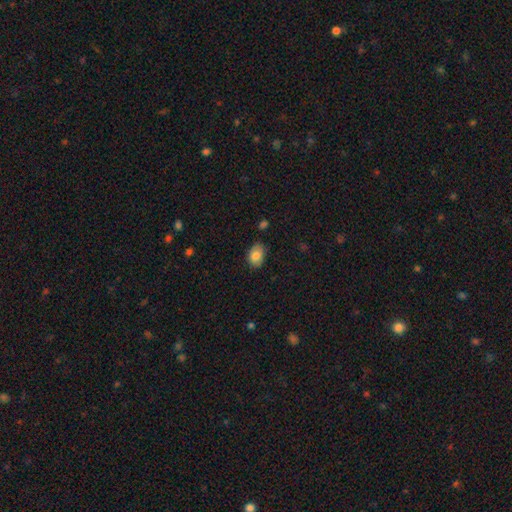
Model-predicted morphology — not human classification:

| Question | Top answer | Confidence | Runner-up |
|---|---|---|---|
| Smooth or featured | smooth | 83% | featured or disk (9%) |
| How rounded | in between | 79% | round (20%) |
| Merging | none | 79% | minor disturbance (17%) |